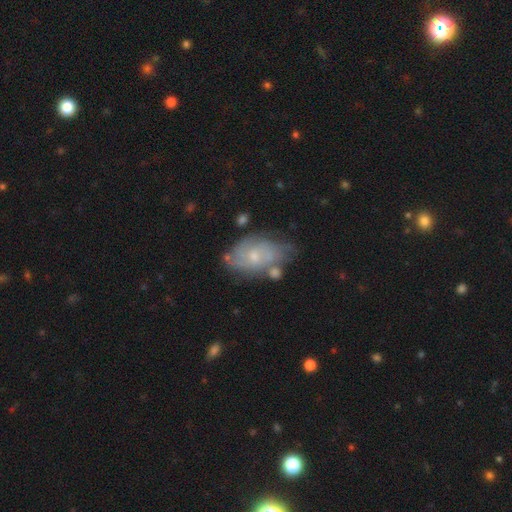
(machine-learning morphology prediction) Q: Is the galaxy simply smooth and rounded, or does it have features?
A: featured or disk — 57%.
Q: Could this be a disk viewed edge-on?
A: no — 95%.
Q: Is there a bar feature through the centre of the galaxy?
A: no — 79%.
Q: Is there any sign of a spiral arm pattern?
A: yes — 69%.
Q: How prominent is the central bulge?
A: small — 63%.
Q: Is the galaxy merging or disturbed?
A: none — 50%.